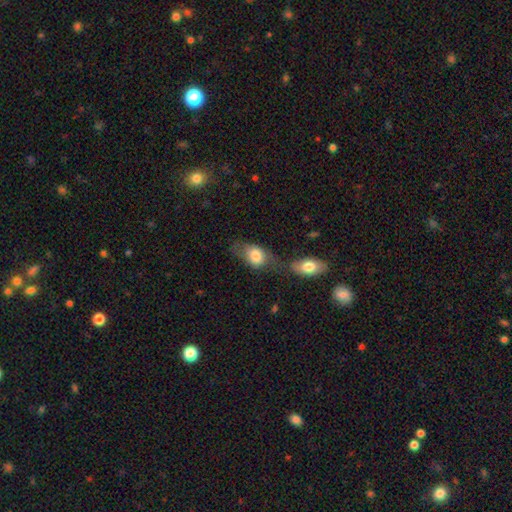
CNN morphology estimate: Overall: smooth (78%). How rounded: in between (78%). Merging: merger (36%; none 34%).